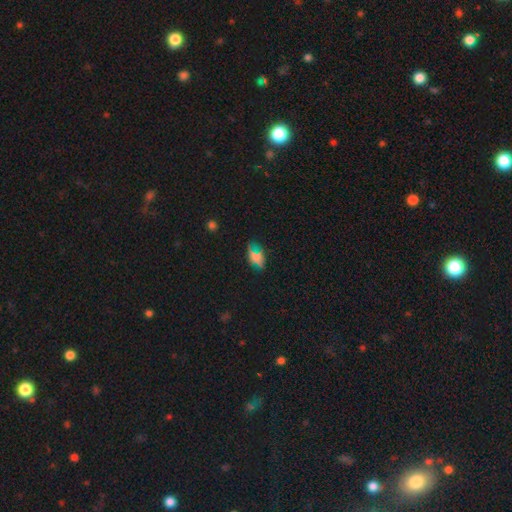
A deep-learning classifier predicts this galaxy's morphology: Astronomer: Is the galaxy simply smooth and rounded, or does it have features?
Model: smooth — 60%.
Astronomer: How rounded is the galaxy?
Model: in between — 83%.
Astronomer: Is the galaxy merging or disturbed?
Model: none — 75%.